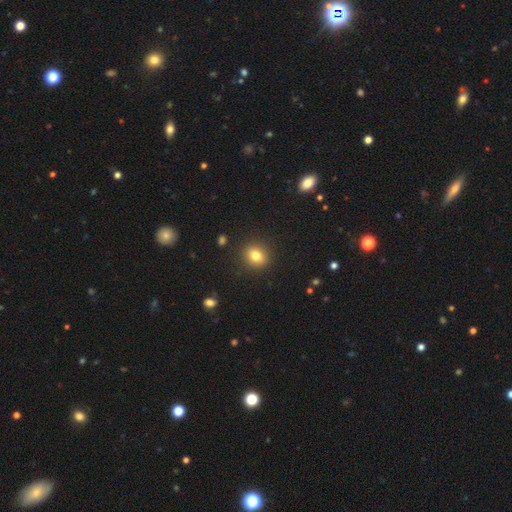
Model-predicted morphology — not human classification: Overall: smooth (80%). How rounded: round (71%). Merging: none (90%).